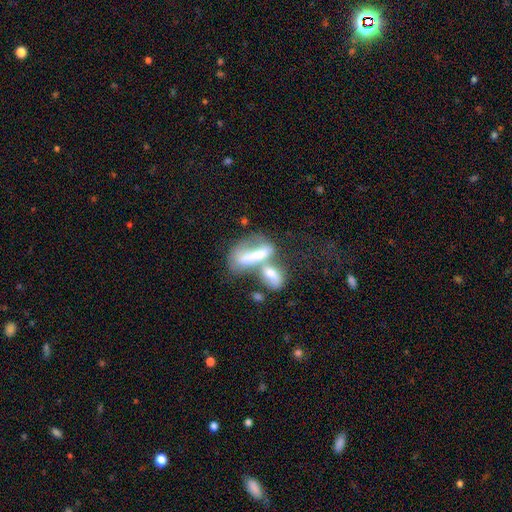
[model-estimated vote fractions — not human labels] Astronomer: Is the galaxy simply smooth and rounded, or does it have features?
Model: featured or disk — 50% (runner-up: smooth, 39%).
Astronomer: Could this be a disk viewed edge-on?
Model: no — 82%.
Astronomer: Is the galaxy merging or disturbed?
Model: merger — 69%.